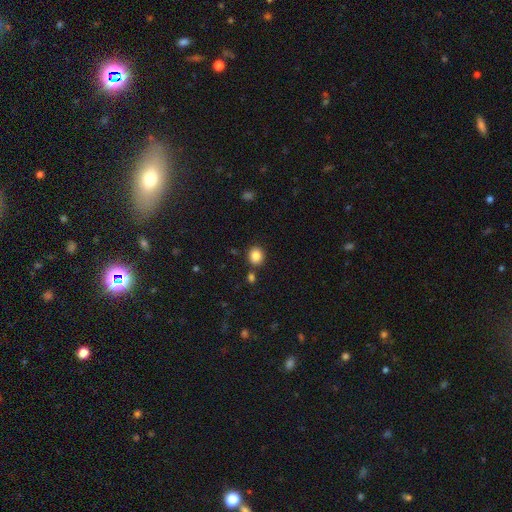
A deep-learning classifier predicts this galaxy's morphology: Smooth or featured? smooth (85%)
How rounded? round (79%)
Merging? none (82%)